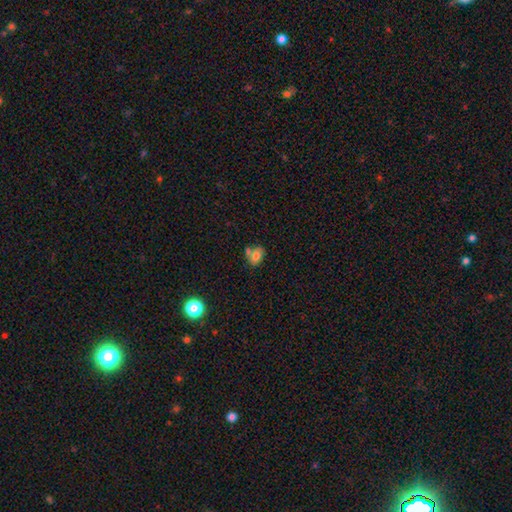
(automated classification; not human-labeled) Smooth or featured? Predicted: smooth (p=0.74). How rounded? Predicted: in between (p=0.67). Merging? Predicted: none (p=0.43).